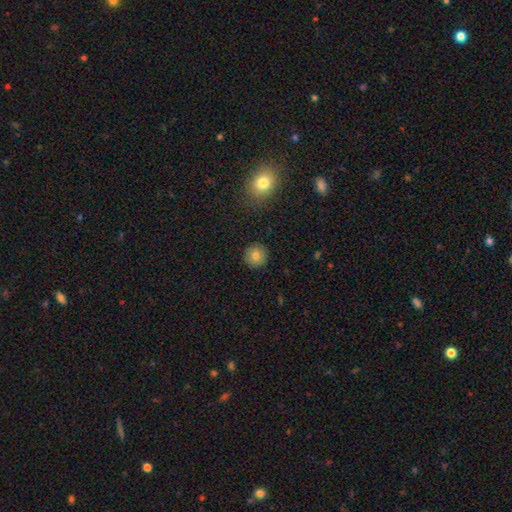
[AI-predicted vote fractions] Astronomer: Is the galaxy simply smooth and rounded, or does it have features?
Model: smooth — 79%.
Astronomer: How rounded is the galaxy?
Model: round — 94%.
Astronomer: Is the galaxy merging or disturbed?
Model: none — 91%.